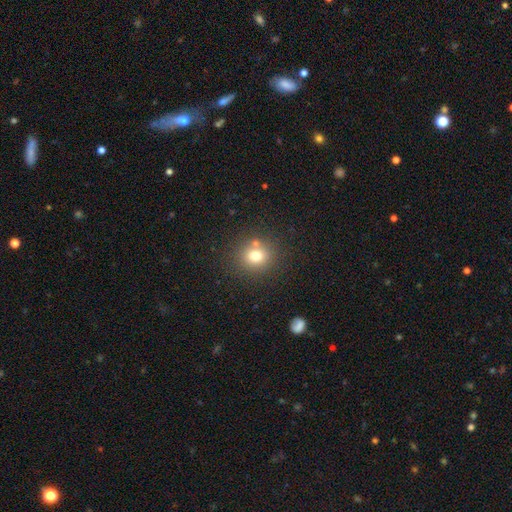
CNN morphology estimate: Smooth or featured: smooth — 74% (star or artifact — 15%)
How rounded: round — 84% (in between — 15%)
Merging: none — 75% (merger — 12%)